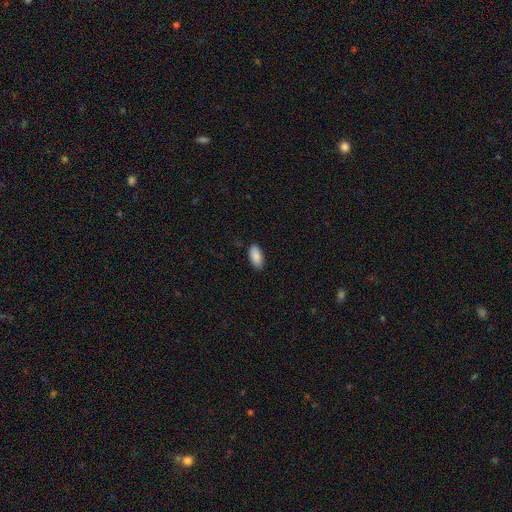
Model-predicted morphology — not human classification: type=smooth (89%); roundness=in between (93%); merging=none (86%).